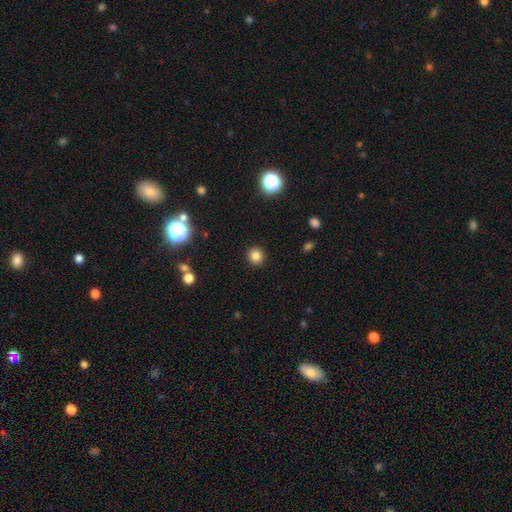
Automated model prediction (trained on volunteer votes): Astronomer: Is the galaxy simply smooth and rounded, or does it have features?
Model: smooth — 82%.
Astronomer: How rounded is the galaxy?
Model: round — 93%.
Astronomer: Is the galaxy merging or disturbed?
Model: none — 92%.